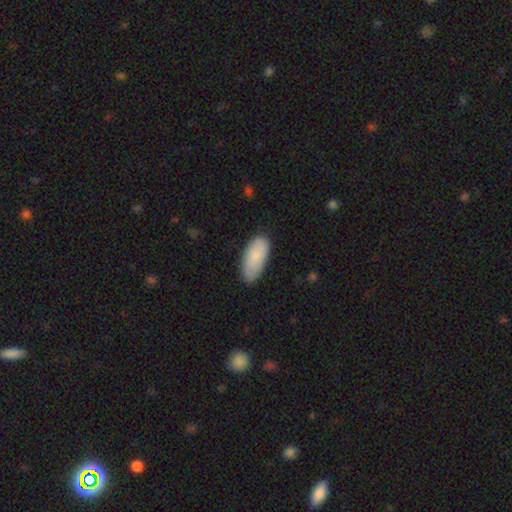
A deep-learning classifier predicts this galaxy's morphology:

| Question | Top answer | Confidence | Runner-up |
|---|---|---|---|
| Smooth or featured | smooth | 81% | featured or disk (13%) |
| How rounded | in between | 89% | cigar-shaped (9%) |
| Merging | none | 79% | minor disturbance (17%) |